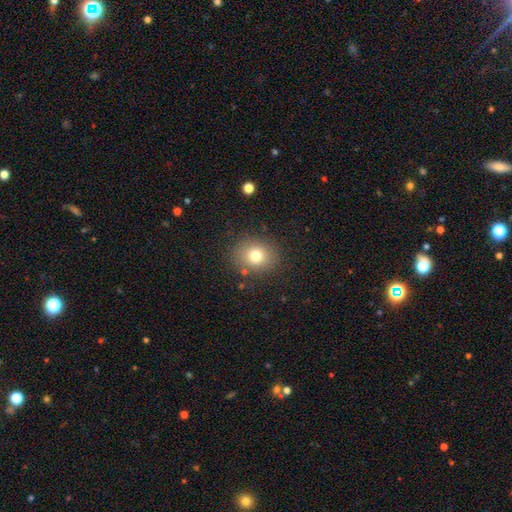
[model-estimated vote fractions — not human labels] A smooth galaxy with no disk features (77%) that is round (69%). Merging: none (85%).